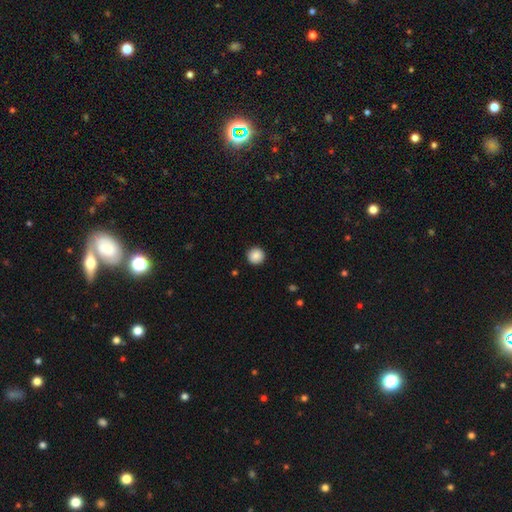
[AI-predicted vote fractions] The model was most divided on "smooth or featured": smooth: 88%, star or artifact: 8%, featured or disk: 3%. More confident: how rounded — round (96%); merging — none (93%).